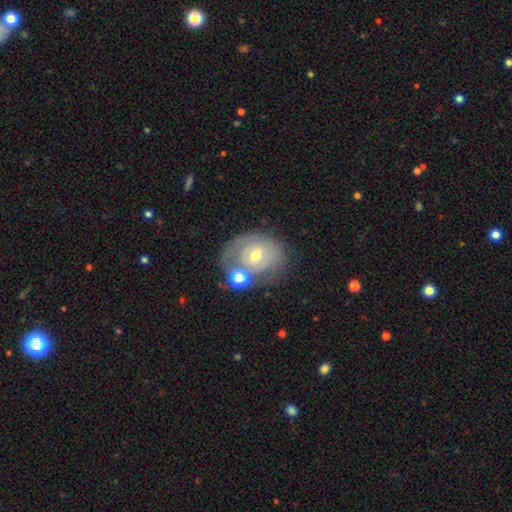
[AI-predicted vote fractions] A featured or disk galaxy (60%) with no bar (57%), spiral arms (58%) and a moderate central bulge (61%).

Vote fractions:
- Smooth or featured? featured or disk: 60% / smooth: 31% / star or artifact: 9%
- Edge-on disk? no: 95% / yes: 5%
- Bar? no: 57% / weak: 33% / strong: 9%
- Spiral arms? yes: 58% / no: 42%
- Bulge size? moderate: 61% / small: 33% / large: 4% / none: 1% / dominant: 1%
- Merging? none: 47% / minor disturbance: 21% / merger: 19% / major disturbance: 13%